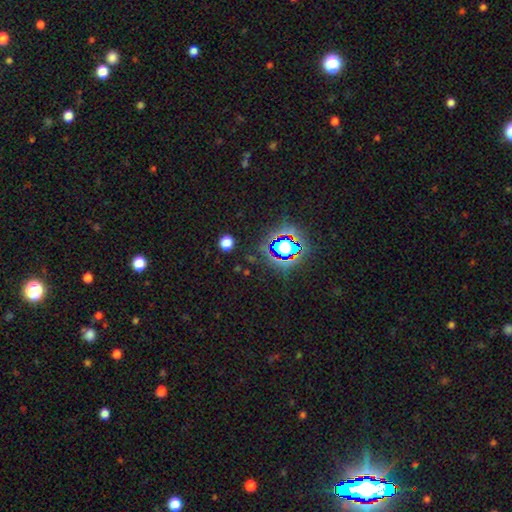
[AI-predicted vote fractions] star or artifact 78%, smooth 14%, featured or disk 8%.